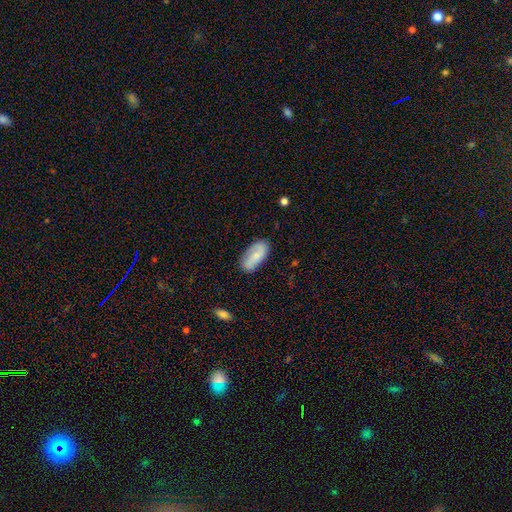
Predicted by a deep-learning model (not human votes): smooth 61%, featured or disk 33%, star or artifact 7%. Down the decision tree: how rounded — in between (91%); merging — none (78%).